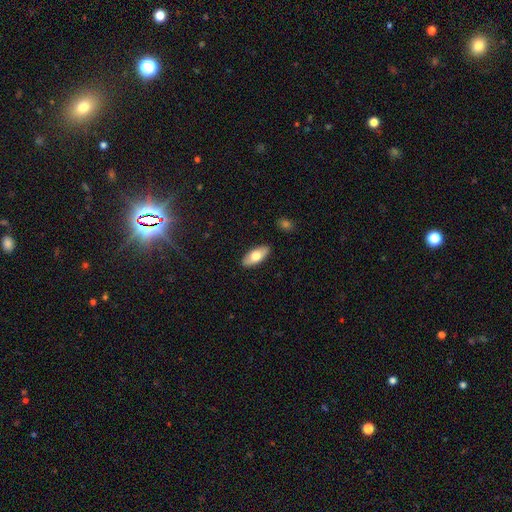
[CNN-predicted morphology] Smooth or featured: smooth — 69% (featured or disk — 25%)
How rounded: in between — 86% (cigar-shaped — 12%)
Merging: none — 89% (minor disturbance — 8%)